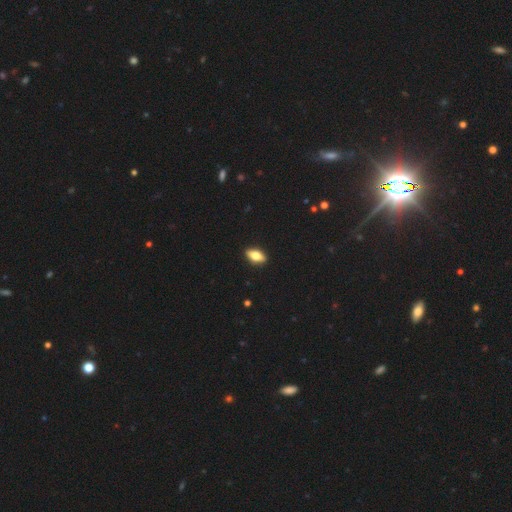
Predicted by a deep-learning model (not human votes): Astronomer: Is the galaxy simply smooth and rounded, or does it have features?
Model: smooth — 71%.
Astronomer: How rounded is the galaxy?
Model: in between — 85%.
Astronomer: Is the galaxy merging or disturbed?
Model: none — 90%.